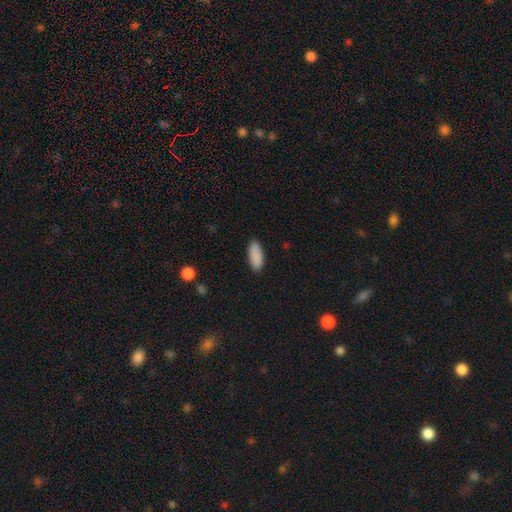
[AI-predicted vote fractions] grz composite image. It shows a smooth galaxy with no disk features (90%) that is in between round and cigar-shaped (78%). Merging: none (89%).